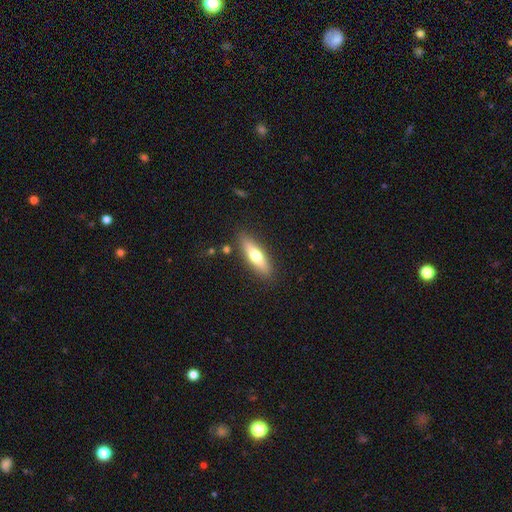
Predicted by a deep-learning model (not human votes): The model was most divided on "smooth or featured": smooth: 59%, featured or disk: 35%, star or artifact: 6%. More confident: merging — none (86%); how rounded — cigar-shaped (61%).